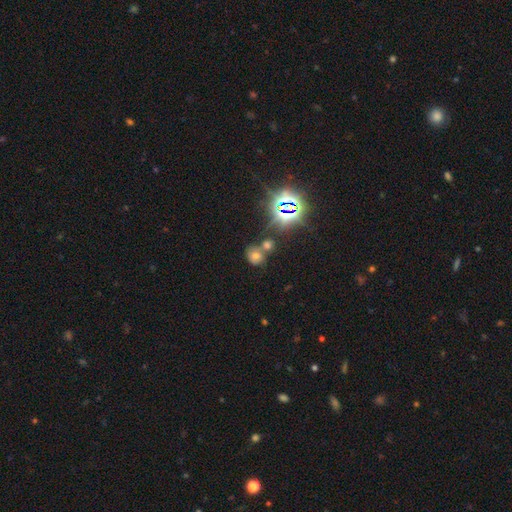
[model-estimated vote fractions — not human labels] Smooth or featured? Predicted: smooth (p=0.48). Merging? Predicted: none (p=0.53).